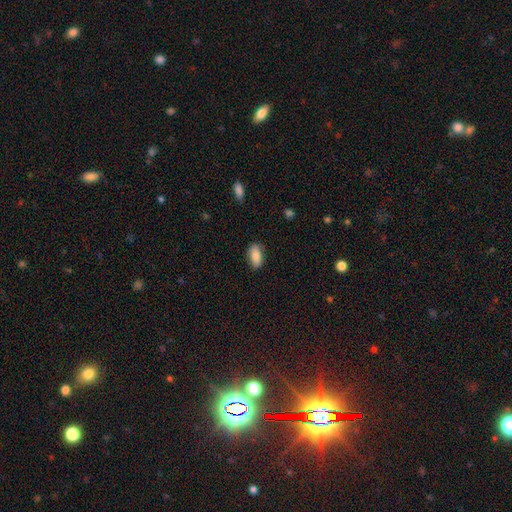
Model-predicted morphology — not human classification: A smooth galaxy with no disk features (81%) that is in between round and cigar-shaped (89%).

Vote fractions:
- Smooth or featured? smooth: 81% / featured or disk: 12% / star or artifact: 7%
- How rounded? in between: 89% / cigar-shaped: 6% / round: 4%
- Merging? none: 82% / minor disturbance: 14% / major disturbance: 3% / merger: 1%